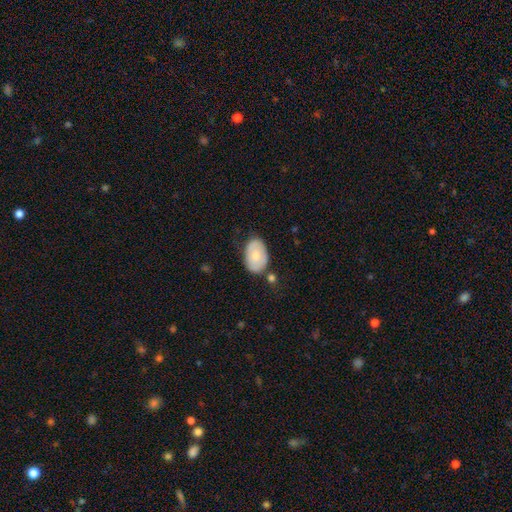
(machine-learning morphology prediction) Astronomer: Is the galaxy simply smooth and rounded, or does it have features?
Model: smooth — 64%.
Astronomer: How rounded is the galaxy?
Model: in between — 89%.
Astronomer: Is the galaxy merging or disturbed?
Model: none — 72%.